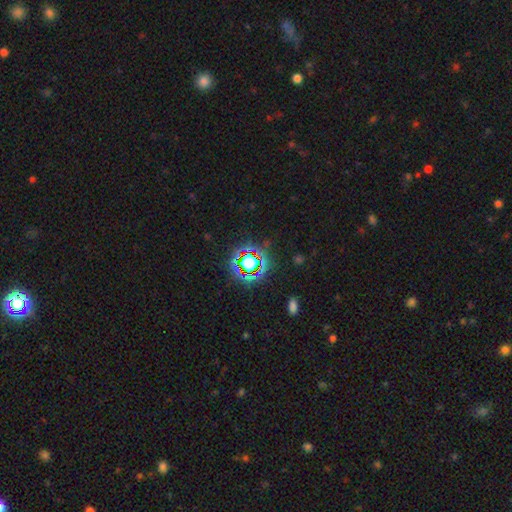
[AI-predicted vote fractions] smooth_or_featured: star or artifact (p=0.78) [alt: smooth p=0.13]